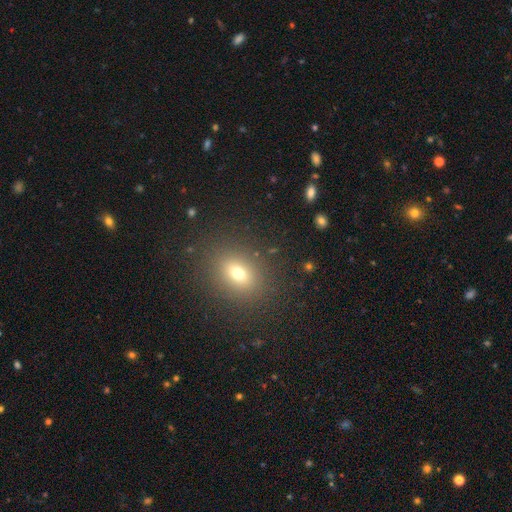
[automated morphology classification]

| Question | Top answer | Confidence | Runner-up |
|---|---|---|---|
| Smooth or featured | smooth | 65% | star or artifact (27%) |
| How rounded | round | 53% | in between (46%) |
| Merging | none | 90% | minor disturbance (6%) |